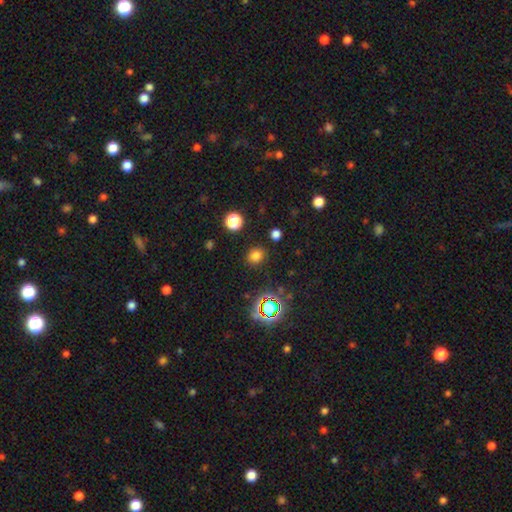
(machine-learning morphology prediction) The model was most divided on "how rounded": round: 72%, in between: 27%, cigar-shaped: 1%. More confident: merging — none (87%); smooth or featured — smooth (75%).